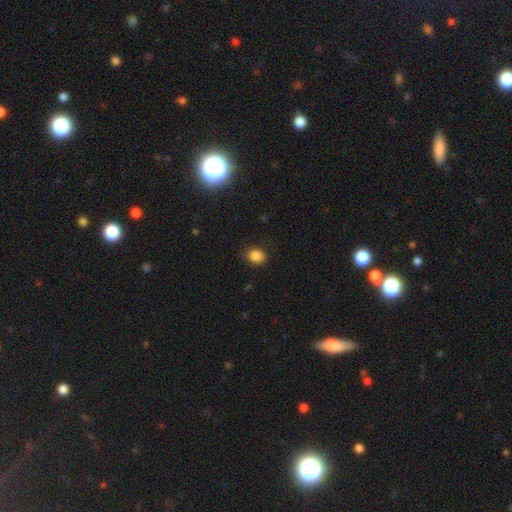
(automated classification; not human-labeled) smooth 86%, star or artifact 11%, featured or disk 4%. Down the decision tree: how rounded — round (64%); merging — none (85%).